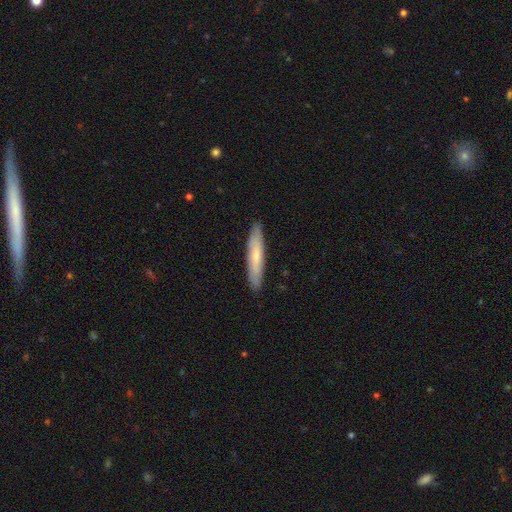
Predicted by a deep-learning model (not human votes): A smooth galaxy with no disk features (60%) that is cigar-shaped (87%). Merging: none (89%).